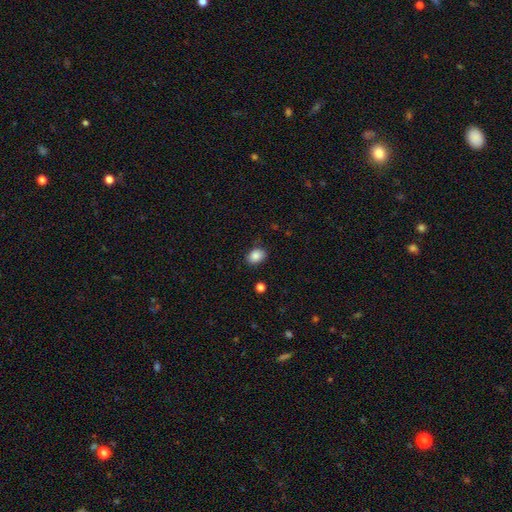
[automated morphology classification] smooth 87%, star or artifact 9%, featured or disk 4%. Down the decision tree: how rounded — in between (67%); merging — none (81%).